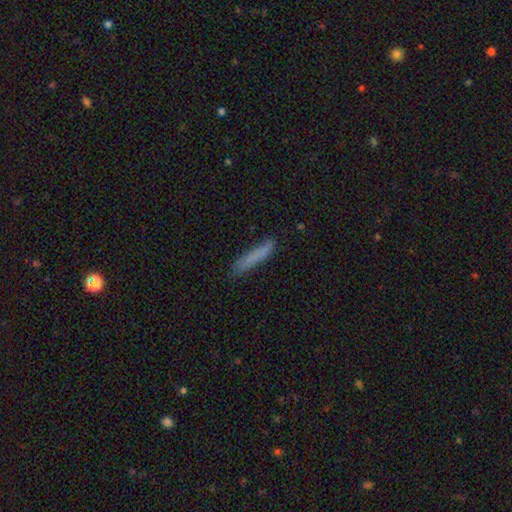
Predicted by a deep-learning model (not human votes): Smooth or featured?
  - smooth: 78% *
  - featured or disk: 14%
  - star or artifact: 7%
How rounded?
  - cigar-shaped: 93% *
  - in between: 5%
  - round: 1%
Merging?
  - none: 81% *
  - minor disturbance: 14%
  - major disturbance: 3%
  - merger: 2%